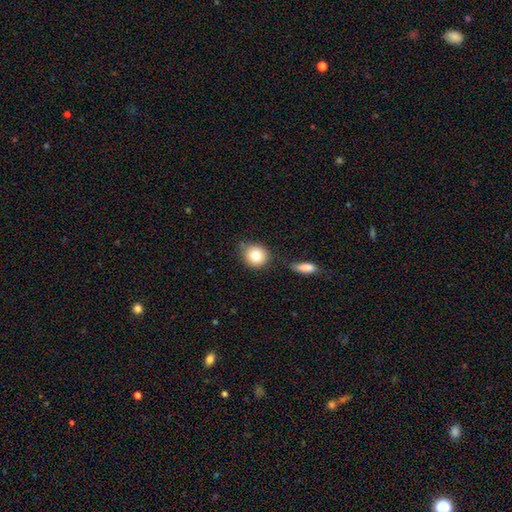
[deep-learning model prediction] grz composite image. It shows a smooth galaxy with no disk features (79%) that is round (86%). Merging: none (71%).